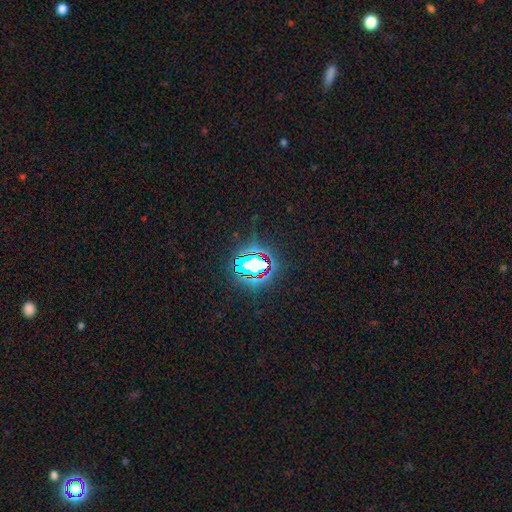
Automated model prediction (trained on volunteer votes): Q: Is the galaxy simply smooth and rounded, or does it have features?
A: star or artifact — 80%.